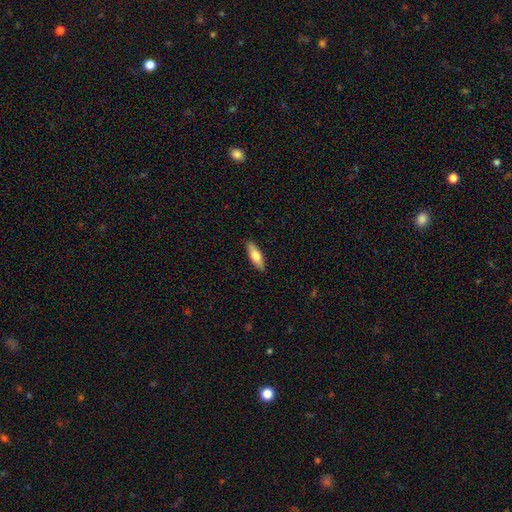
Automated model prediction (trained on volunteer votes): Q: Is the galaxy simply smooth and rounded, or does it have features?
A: smooth — 68%.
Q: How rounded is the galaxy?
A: in between — 55%.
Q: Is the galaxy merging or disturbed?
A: none — 89%.